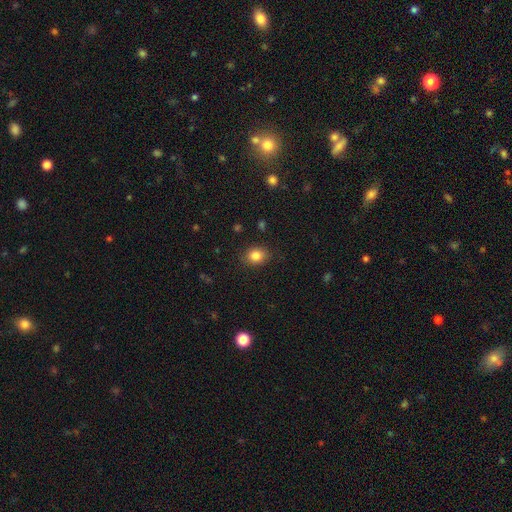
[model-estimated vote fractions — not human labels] Smooth or featured? Predicted: smooth (p=0.84). How rounded? Predicted: round (p=0.54). Merging? Predicted: none (p=0.86).